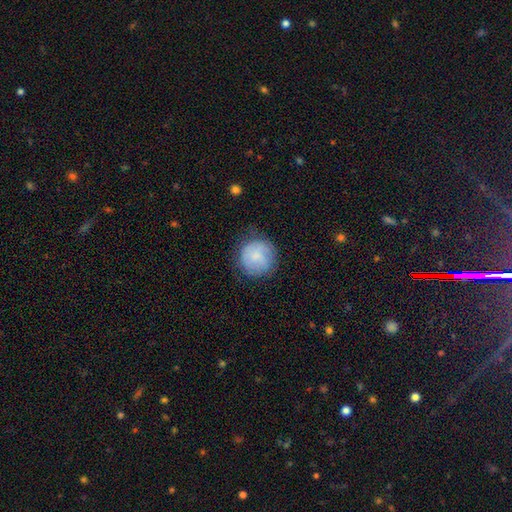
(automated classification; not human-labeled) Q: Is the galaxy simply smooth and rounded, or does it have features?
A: smooth — 69%.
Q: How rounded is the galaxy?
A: round — 94%.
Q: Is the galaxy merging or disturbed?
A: none — 72%.